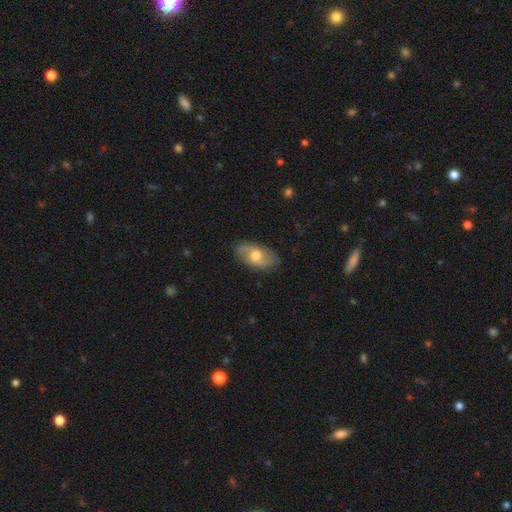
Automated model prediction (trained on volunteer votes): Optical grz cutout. It shows a featured or disk galaxy (53%). Merging: none (82%).